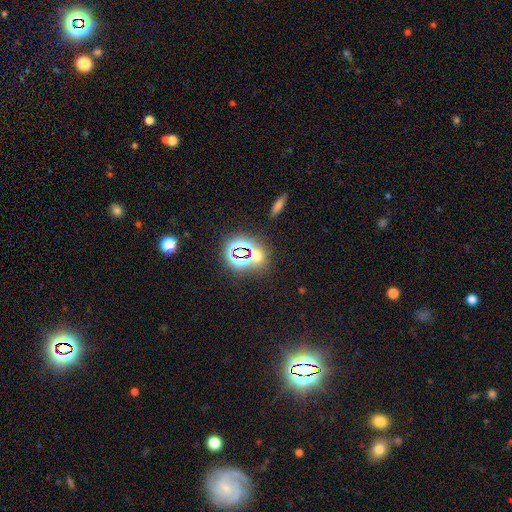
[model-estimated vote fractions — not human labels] Smooth or featured? Predicted: star or artifact (p=0.56).